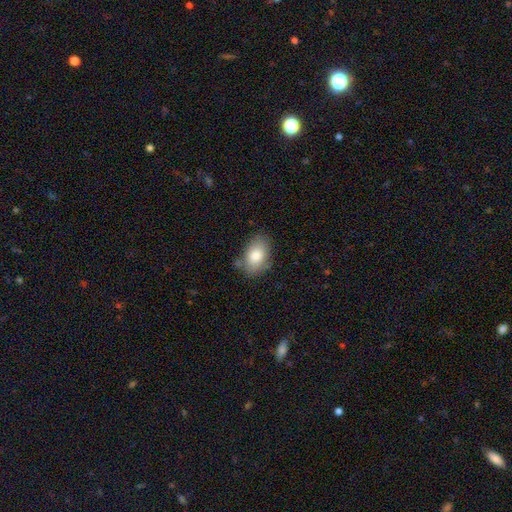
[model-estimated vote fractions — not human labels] Smooth or featured: smooth — 81% (featured or disk — 12%)
How rounded: in between — 87% (round — 11%)
Merging: none — 71% (minor disturbance — 20%)